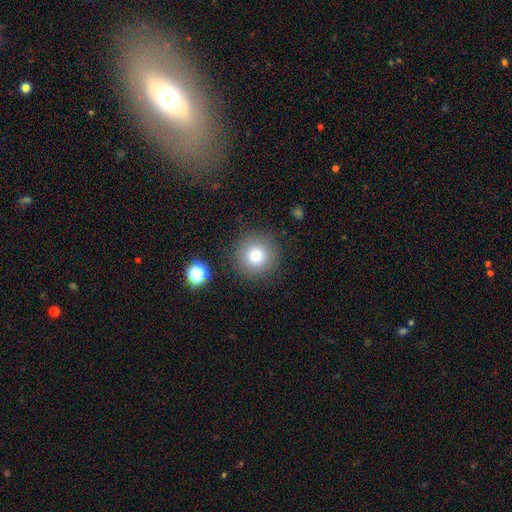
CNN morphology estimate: Smooth or featured?
  - smooth: 77% *
  - star or artifact: 13%
  - featured or disk: 10%
How rounded?
  - round: 96% *
  - in between: 3%
  - cigar-shaped: 1%
Merging?
  - none: 88% *
  - minor disturbance: 7%
  - major disturbance: 3%
  - merger: 2%